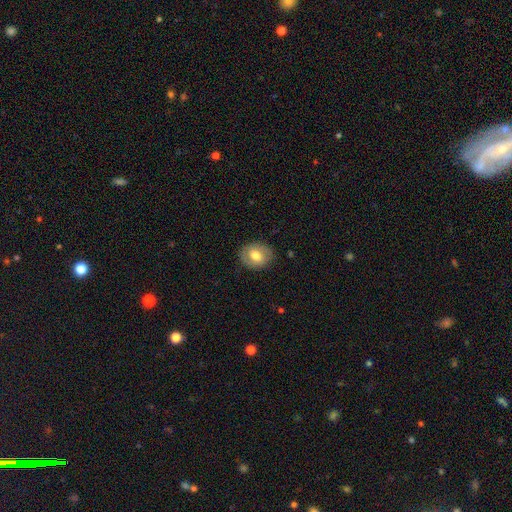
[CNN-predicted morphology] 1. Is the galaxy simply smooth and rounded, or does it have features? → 61% smooth, 31% featured or disk, 7% star or artifact.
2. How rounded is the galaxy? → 52% round, 47% in between, 1% cigar-shaped.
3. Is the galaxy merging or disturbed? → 83% none, 12% minor disturbance, 4% major disturbance, 1% merger.